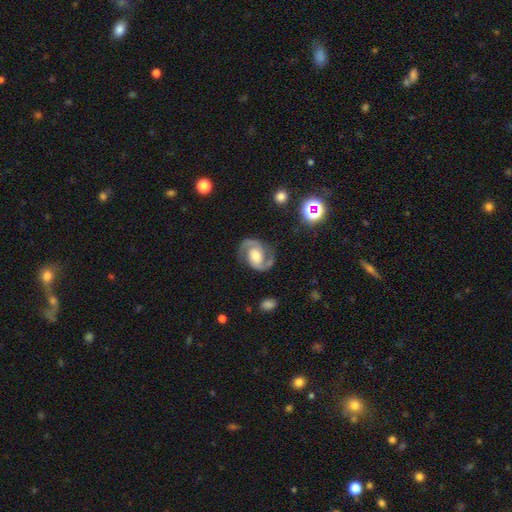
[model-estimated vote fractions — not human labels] featured or disk 90%, smooth 5%, star or artifact 5%. Down the decision tree: edge-on disk — no (98%); bar — no (48%); spiral arms — yes (98%); spiral arm count — 2 (94%); spiral winding — medium (62%); bulge size — moderate (56%); merging — none (82%).